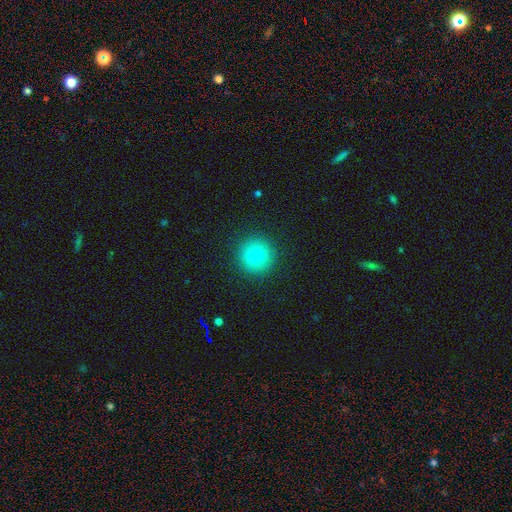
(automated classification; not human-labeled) Q: Smooth or featured?
A: smooth (76%); runner-up: star or artifact (12%)
Q: How rounded?
A: round (95%); runner-up: in between (4%)
Q: Merging?
A: none (91%); runner-up: minor disturbance (6%)